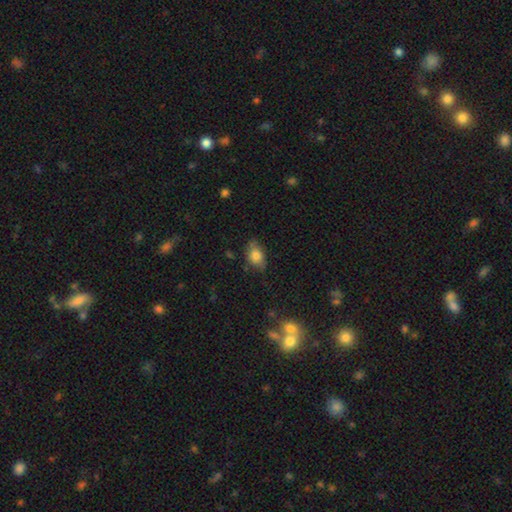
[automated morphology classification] The model was most divided on "merging": none: 67%, minor disturbance: 26%, major disturbance: 6%, merger: 2%. More confident: how rounded — in between (81%); smooth or featured — smooth (79%).